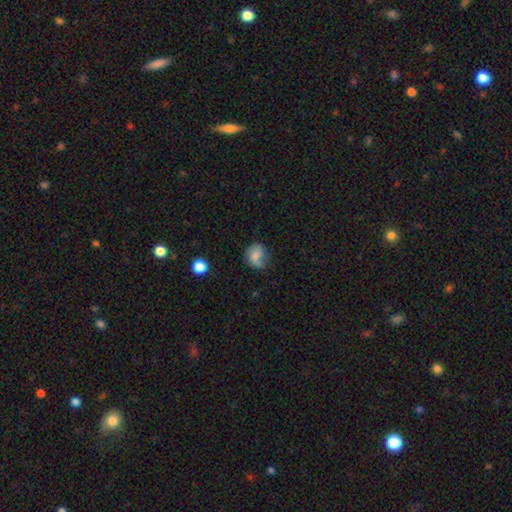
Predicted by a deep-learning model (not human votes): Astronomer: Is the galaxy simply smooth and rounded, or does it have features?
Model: smooth — 63%.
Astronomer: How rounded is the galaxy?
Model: round — 60% (runner-up: in between, 39%).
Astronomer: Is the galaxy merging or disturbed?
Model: none — 51% (runner-up: minor disturbance, 31%).